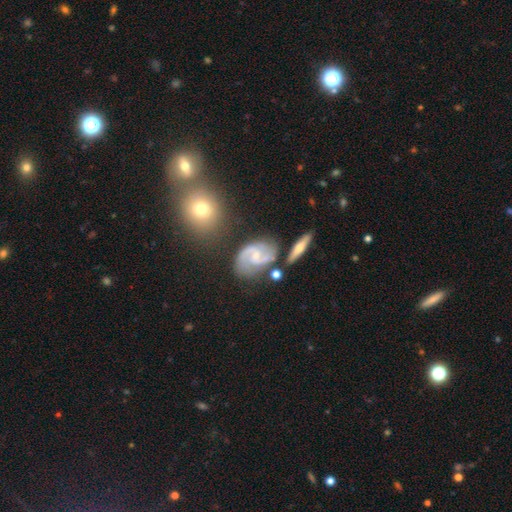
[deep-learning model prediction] Overall: featured or disk (83%). Edge-on disk: no (96%). Bar: weak (46%; no 45%). Spiral arms: yes (95%). Spiral arm count: 2 (88%). Spiral winding: medium (51%; loose 30%). Bulge size: small (66%; moderate 27%). Merging: none (64%).